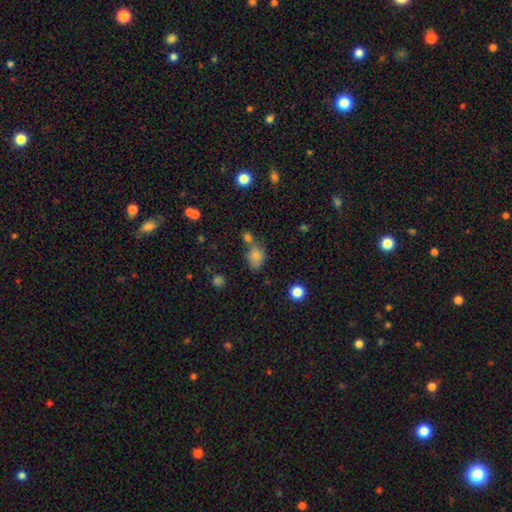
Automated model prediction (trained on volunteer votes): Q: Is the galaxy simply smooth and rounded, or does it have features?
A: smooth — 78%.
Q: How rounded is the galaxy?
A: in between — 67%.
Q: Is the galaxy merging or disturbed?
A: none — 45%.